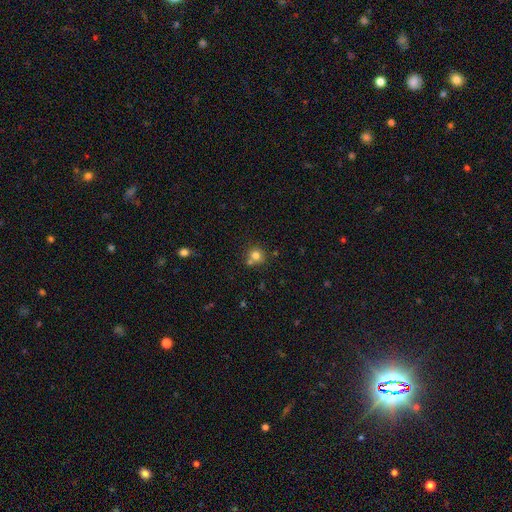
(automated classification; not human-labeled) This appears to be a smooth galaxy with no disk features (78%) that is round (88%). Merging: none (61%).